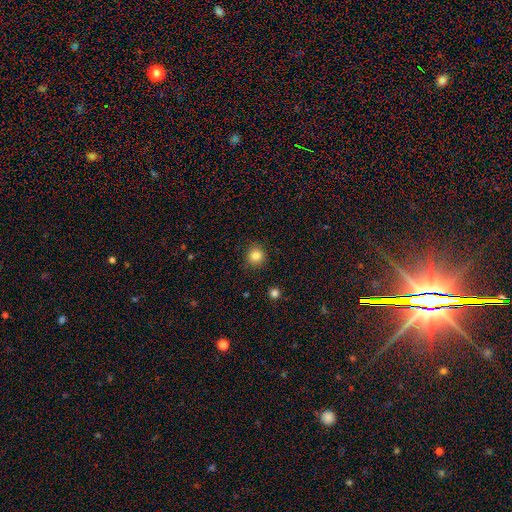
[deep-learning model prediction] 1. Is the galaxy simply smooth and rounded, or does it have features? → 86% smooth, 11% star or artifact, 4% featured or disk.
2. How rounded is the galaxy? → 91% round, 8% in between, 1% cigar-shaped.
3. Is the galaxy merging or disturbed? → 88% none, 8% minor disturbance, 3% major disturbance, 1% merger.